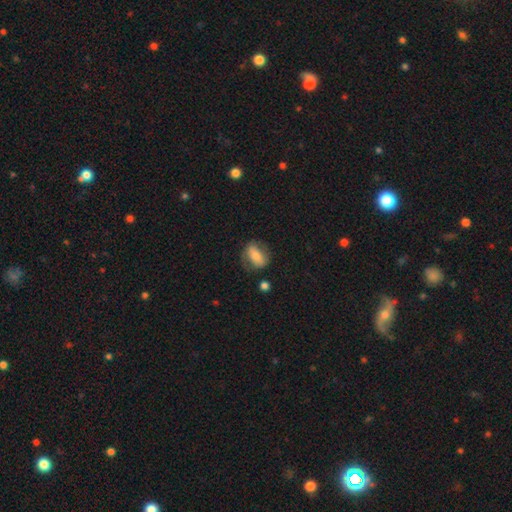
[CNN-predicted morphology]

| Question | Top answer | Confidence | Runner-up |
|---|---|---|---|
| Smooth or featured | smooth | 62% | featured or disk (30%) |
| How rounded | in between | 76% | round (18%) |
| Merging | none | 69% | minor disturbance (20%) |